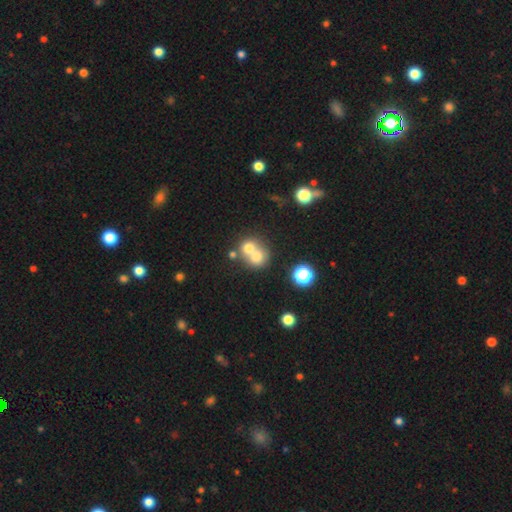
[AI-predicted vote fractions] This is likely a smooth galaxy (69%). How rounded: likely round (79%). Merging: likely merger (60%).